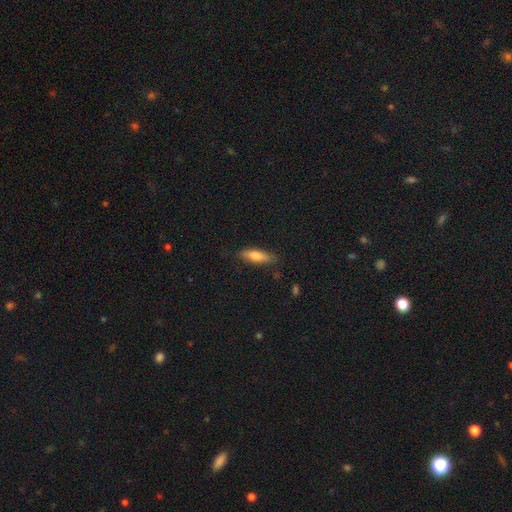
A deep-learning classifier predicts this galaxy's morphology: type=smooth (73%); roundness=cigar-shaped (57%); merging=none (81%).